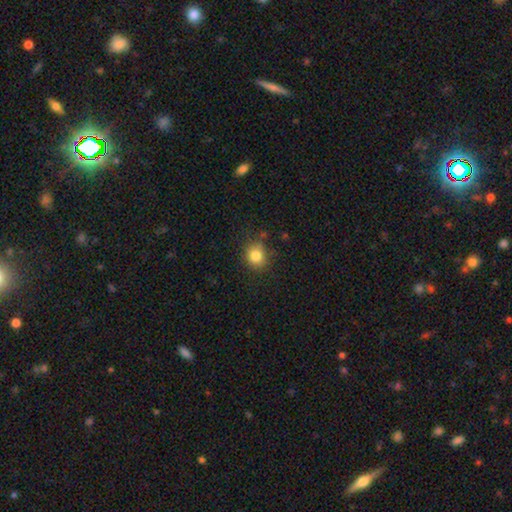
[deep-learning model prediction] The model was most divided on "how rounded": round: 78%, in between: 21%, cigar-shaped: 1%. More confident: smooth or featured — smooth (83%); merging — none (79%).